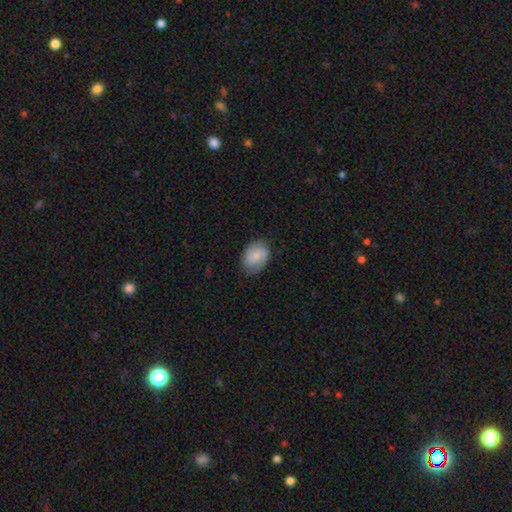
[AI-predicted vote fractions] Overall: smooth (75%). How rounded: in between (67%; round 32%). Merging: none (76%).